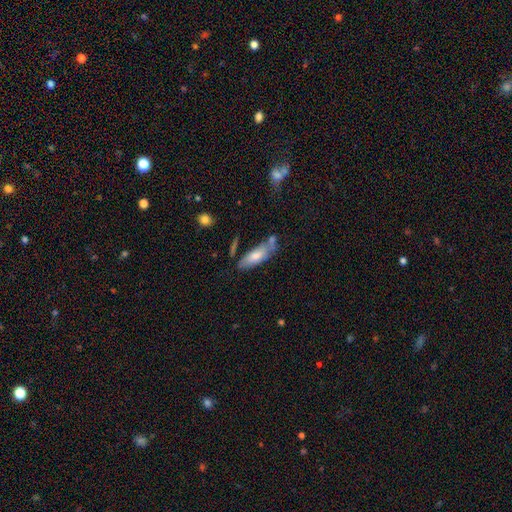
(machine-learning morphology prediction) Smooth or featured: smooth — 63% (featured or disk — 30%)
How rounded: in between — 64% (cigar-shaped — 34%)
Merging: none — 55% (minor disturbance — 24%)